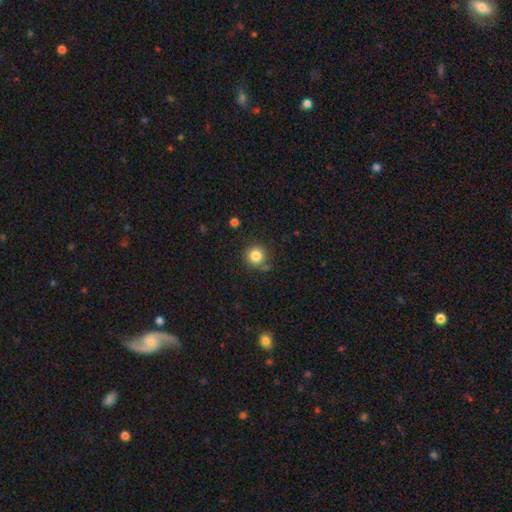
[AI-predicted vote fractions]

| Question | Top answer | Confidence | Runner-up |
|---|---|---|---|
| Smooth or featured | smooth | 83% | star or artifact (11%) |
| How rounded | round | 94% | in between (5%) |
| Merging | none | 80% | minor disturbance (13%) |